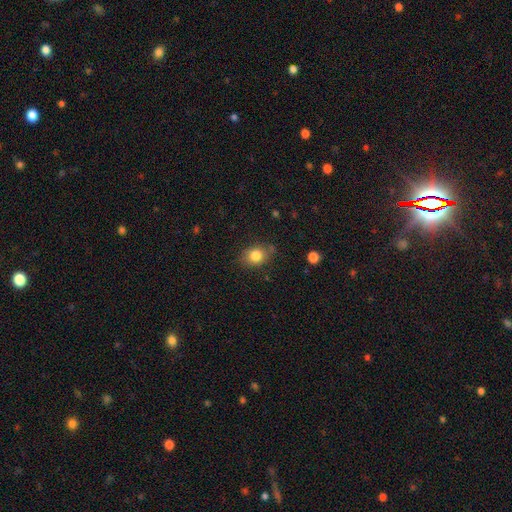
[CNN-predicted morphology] Smooth or featured? smooth (82%)
How rounded? in between (52%)
Merging? none (76%)